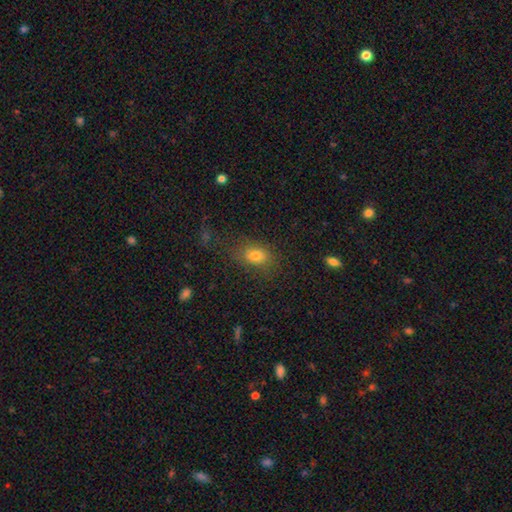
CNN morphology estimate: Overall: smooth (77%). How rounded: in between (77%). Merging: none (70%).